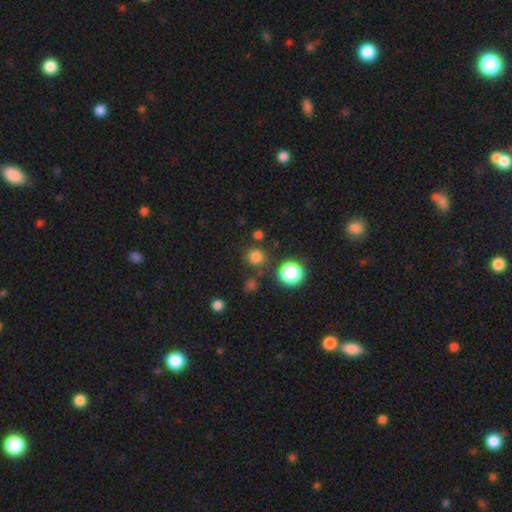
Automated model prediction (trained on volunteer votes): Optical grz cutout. It shows a smooth galaxy with no disk features (76%) that is round (91%). Merging: none (81%).